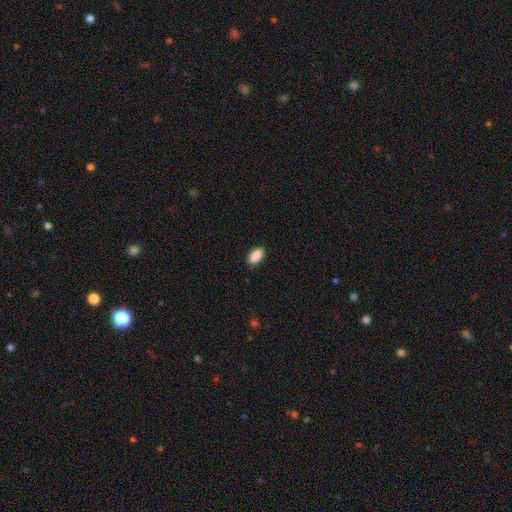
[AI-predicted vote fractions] Morphology: type=smooth (90%); roundness=in between (93%); merging=none (87%).